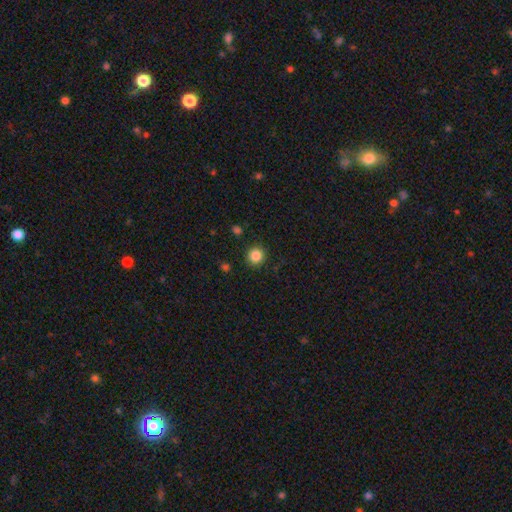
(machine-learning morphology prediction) Overall: smooth (85%). How rounded: round (92%). Merging: none (91%).